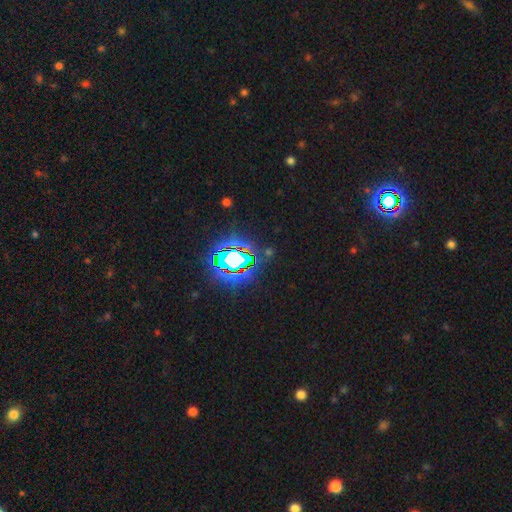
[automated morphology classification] This appears to be a star or artifact, not a galaxy (84%).